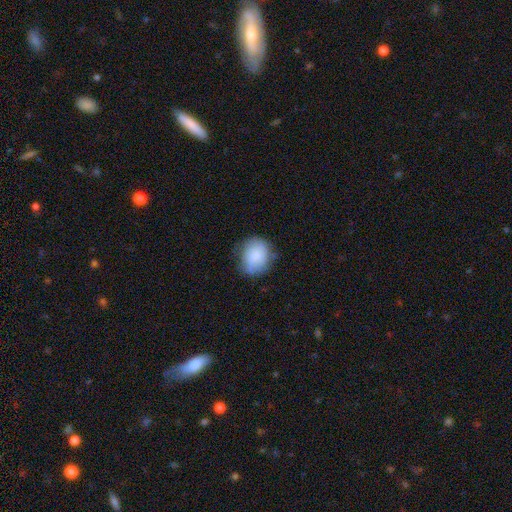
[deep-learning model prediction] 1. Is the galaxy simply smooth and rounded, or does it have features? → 77% smooth, 15% featured or disk, 7% star or artifact.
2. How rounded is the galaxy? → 63% round, 36% in between, 1% cigar-shaped.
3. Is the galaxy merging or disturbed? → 63% none, 28% minor disturbance, 8% major disturbance, 2% merger.